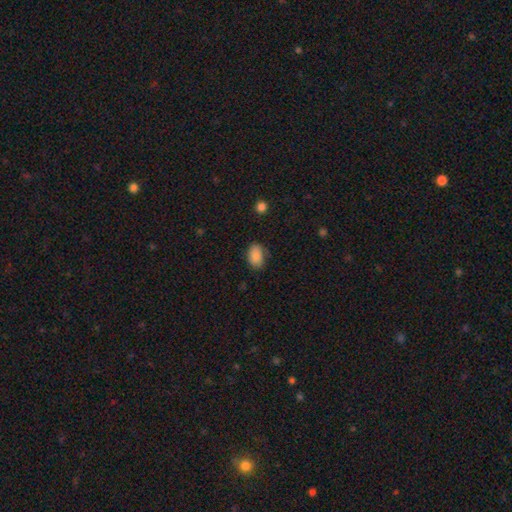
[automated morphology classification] Smooth or featured? smooth (87%)
How rounded? in between (86%)
Merging? none (73%)